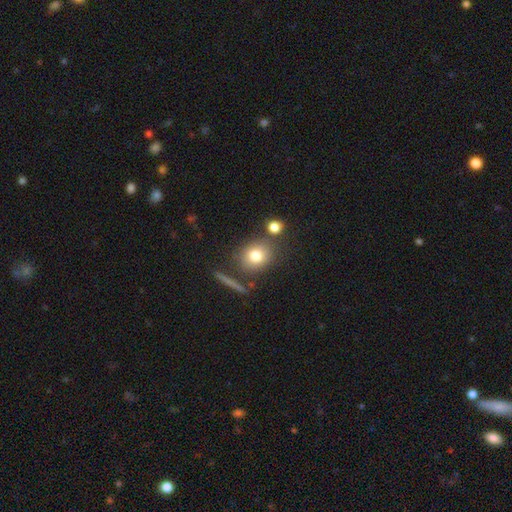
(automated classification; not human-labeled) smooth_or_featured: smooth (p=0.78) [alt: star or artifact p=0.11]
how_rounded: round (p=0.71) [alt: in between p=0.27]
merging: none (p=0.74) [alt: minor disturbance p=0.12]